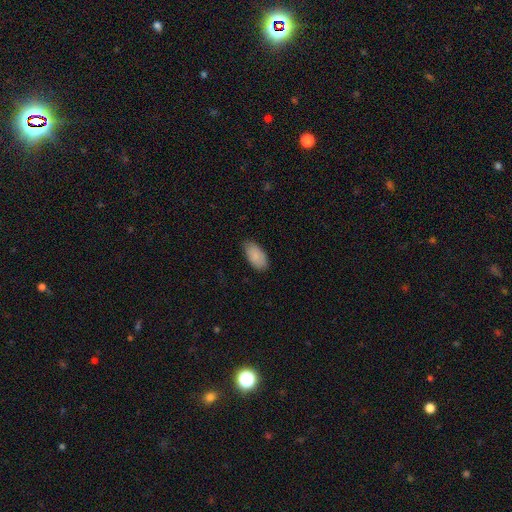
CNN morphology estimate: Smooth or featured? smooth (85%)
How rounded? in between (94%)
Merging? none (79%)